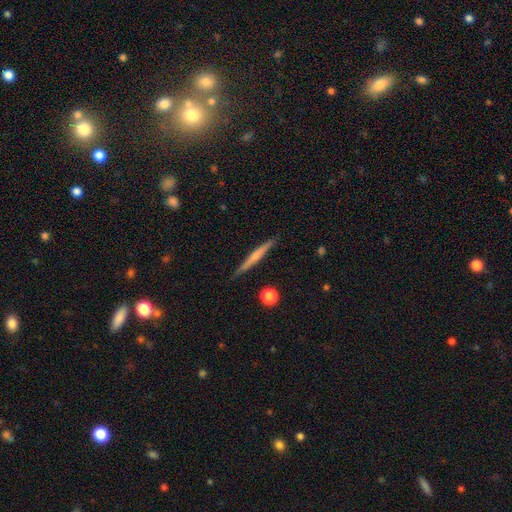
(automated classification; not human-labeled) Overall: featured or disk (48%; smooth 46%). Merging: none (89%).